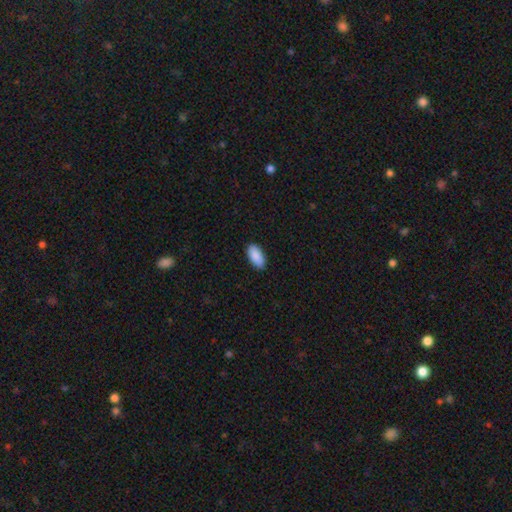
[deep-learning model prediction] Overall: smooth (90%). How rounded: in between (94%). Merging: none (89%).